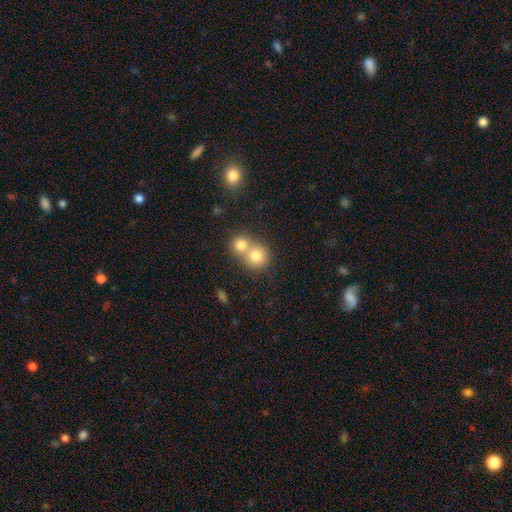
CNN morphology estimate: smooth 77%, featured or disk 13%, star or artifact 11%. Down the decision tree: how rounded — round (85%); merging — merger (58%).